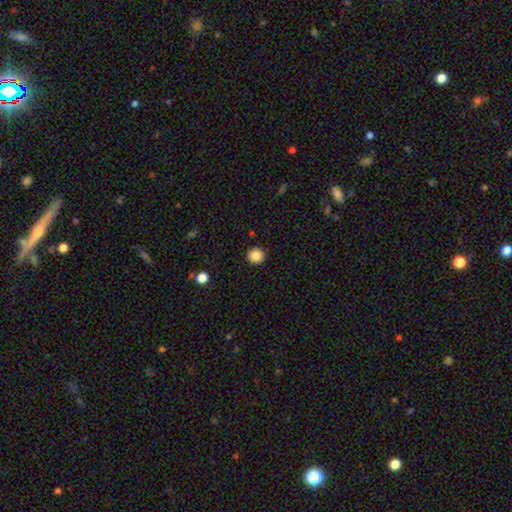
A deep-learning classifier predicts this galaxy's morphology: smooth-or-featured: smooth: 86% | star or artifact: 10% | featured or disk: 4%
  how-rounded: round: 92% | in between: 7% | cigar-shaped: 1%
  merging: none: 92% | minor disturbance: 5% | major disturbance: 2% | merger: 1%